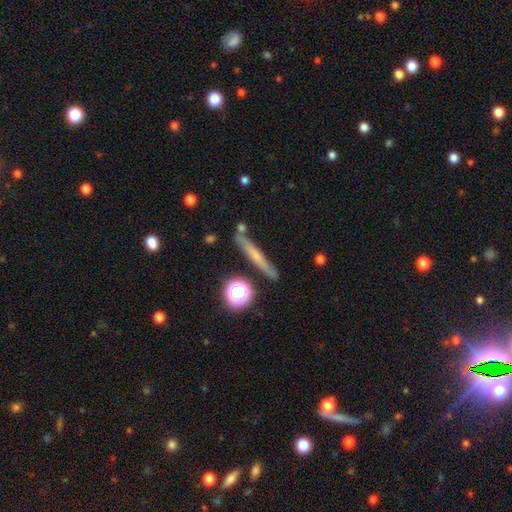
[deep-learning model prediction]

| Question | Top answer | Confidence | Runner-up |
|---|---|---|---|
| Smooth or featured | featured or disk | 45% | smooth (43%) |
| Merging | none | 81% | minor disturbance (11%) |